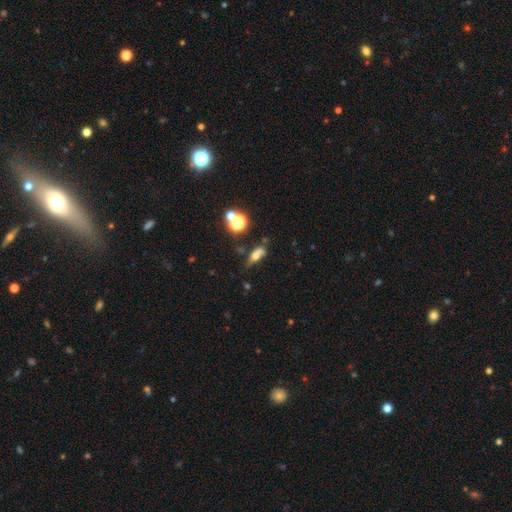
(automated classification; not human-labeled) Smooth or featured?
  - smooth: 56% *
  - featured or disk: 28%
  - star or artifact: 16%
How rounded?
  - in between: 59% *
  - cigar-shaped: 28%
  - round: 13%
Merging?
  - none: 41% *
  - minor disturbance: 27%
  - merger: 16%
  - major disturbance: 16%